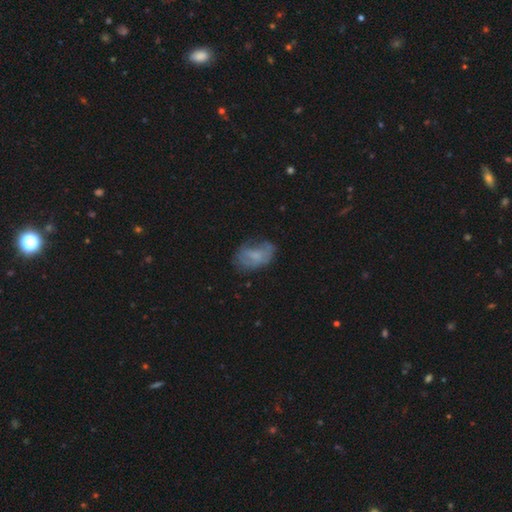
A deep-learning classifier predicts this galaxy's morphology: smooth-or-featured: smooth: 52% | featured or disk: 38% | star or artifact: 10%
  how-rounded: in between: 88% | round: 10% | cigar-shaped: 2%
  merging: none: 53% | minor disturbance: 28% | major disturbance: 17% | merger: 2%